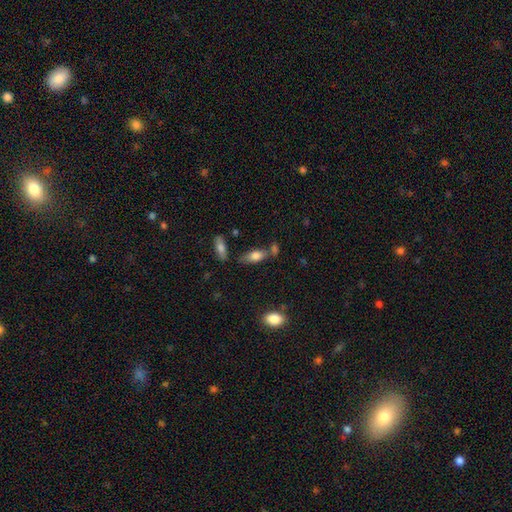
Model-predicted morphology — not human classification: Smooth or featured?
  - smooth: 75% *
  - featured or disk: 17%
  - star or artifact: 8%
How rounded?
  - in between: 79% *
  - cigar-shaped: 17%
  - round: 4%
Merging?
  - none: 56% *
  - merger: 20%
  - minor disturbance: 18%
  - major disturbance: 6%